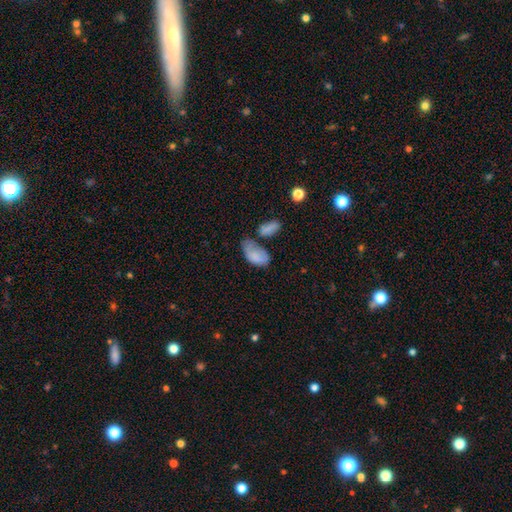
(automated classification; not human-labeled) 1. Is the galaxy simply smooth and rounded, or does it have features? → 79% smooth, 13% featured or disk, 7% star or artifact.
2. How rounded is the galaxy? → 94% in between, 3% round, 3% cigar-shaped.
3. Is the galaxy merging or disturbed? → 31% none, 26% minor disturbance, 25% merger, 17% major disturbance.